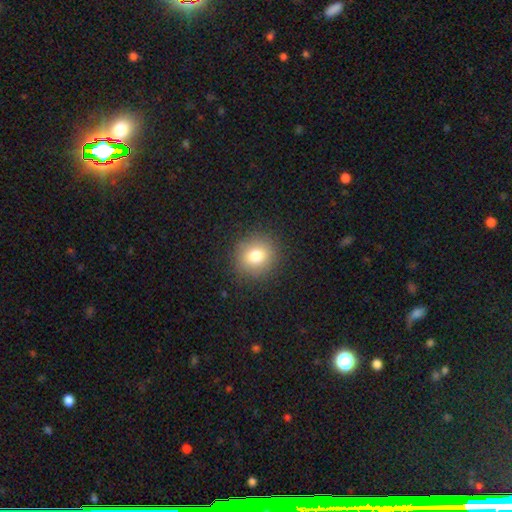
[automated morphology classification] A smooth galaxy with no disk features (77%) that is round (88%).

Vote fractions:
- Smooth or featured? smooth: 77% / star or artifact: 12% / featured or disk: 11%
- How rounded? round: 88% / in between: 11% / cigar-shaped: 1%
- Merging? none: 89% / minor disturbance: 7% / major disturbance: 3% / merger: 1%